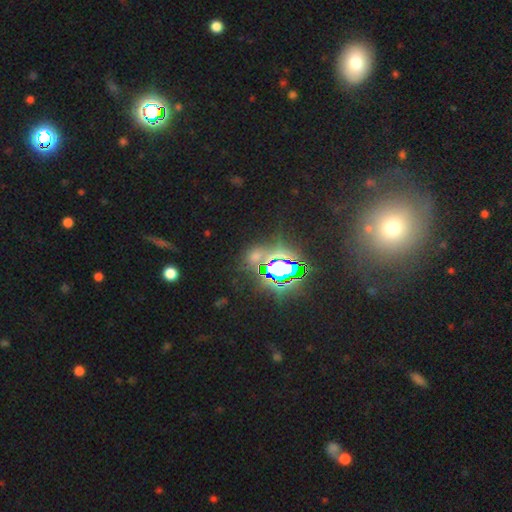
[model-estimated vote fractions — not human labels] Overall: star or artifact (74%).